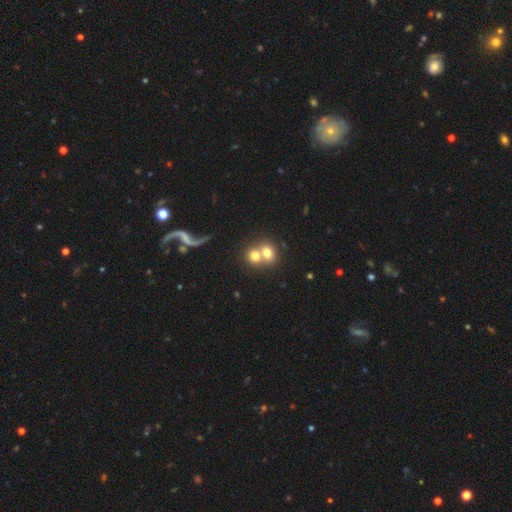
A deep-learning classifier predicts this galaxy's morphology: Overall: smooth (67%). How rounded: round (73%). Merging: merger (64%; none 26%).